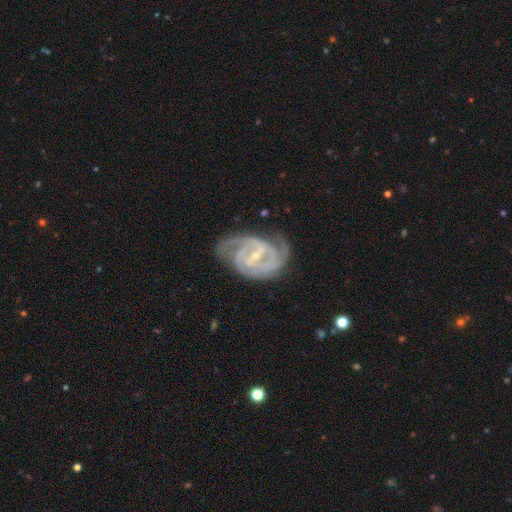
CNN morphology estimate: This appears to be a featured or disk galaxy (91%) with a weak bar (44%), 2 (55%) tight (56%) spiral arms (98%) and a small central bulge (72%). Merging: none (69%).